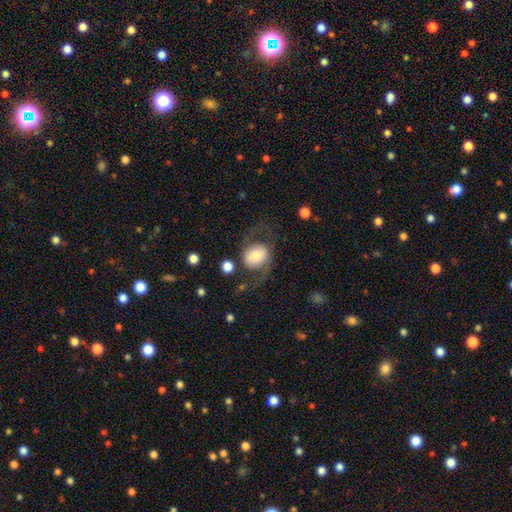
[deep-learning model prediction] A featured or disk galaxy (54%) with no bar (57%), spiral arms (78%) and a moderate central bulge (47%). Merging: none (59%).